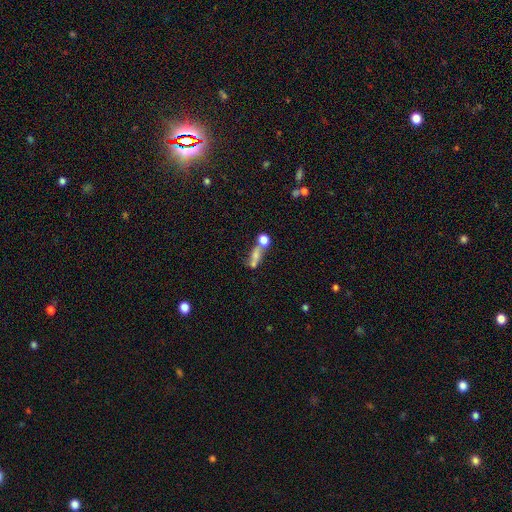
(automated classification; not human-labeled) A smooth galaxy with no disk features (54%) that is in between round and cigar-shaped (49%). Merging: merger (42%).